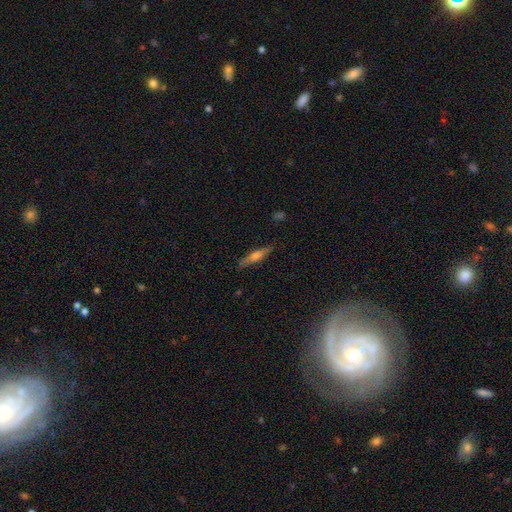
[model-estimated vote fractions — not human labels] Smooth or featured? Predicted: featured or disk (p=0.51). Edge-on disk? Predicted: yes (p=0.94). Merging? Predicted: none (p=0.85).